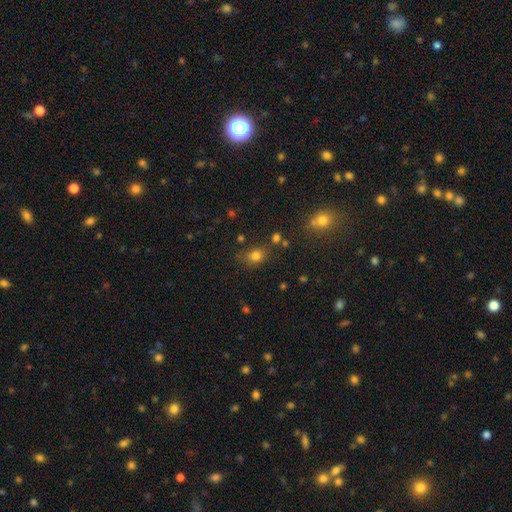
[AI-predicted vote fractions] smooth-or-featured: smooth: 76% | star or artifact: 16% | featured or disk: 7%
  how-rounded: round: 53% | in between: 46% | cigar-shaped: 1%
  merging: none: 73% | minor disturbance: 15% | merger: 7% | major disturbance: 5%